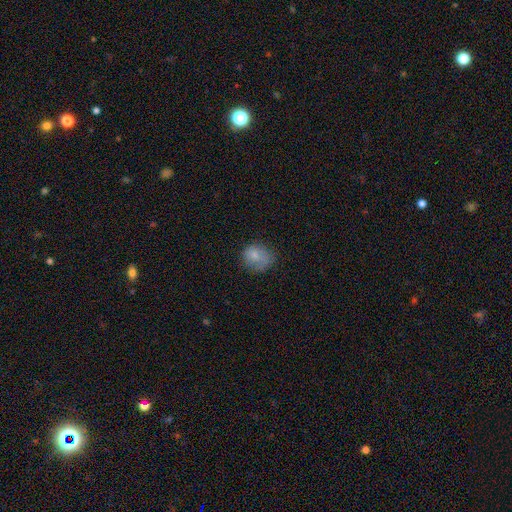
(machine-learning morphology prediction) Smooth or featured? smooth (78%)
How rounded? round (65%)
Merging? none (59%)